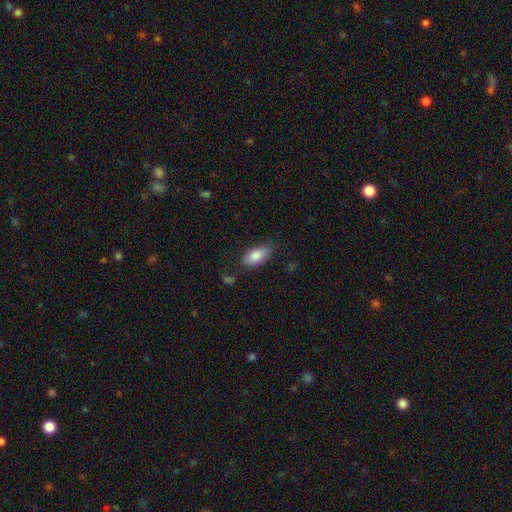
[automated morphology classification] smooth 84%, featured or disk 9%, star or artifact 7%. Down the decision tree: how rounded — in between (90%); merging — none (75%).